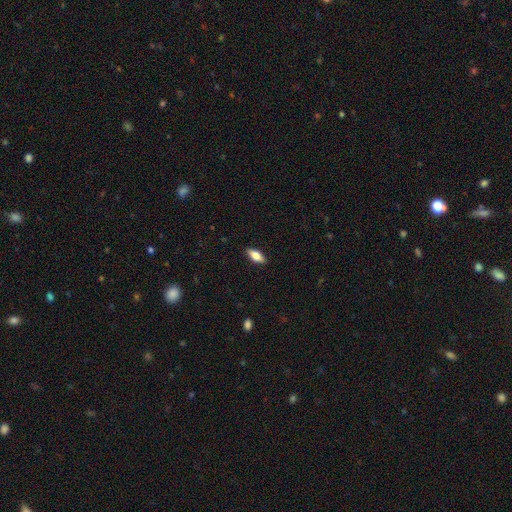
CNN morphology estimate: smooth-or-featured: smooth: 69% | featured or disk: 24% | star or artifact: 7%
  how-rounded: in between: 77% | cigar-shaped: 20% | round: 3%
  merging: none: 88% | minor disturbance: 9% | major disturbance: 2% | merger: 1%